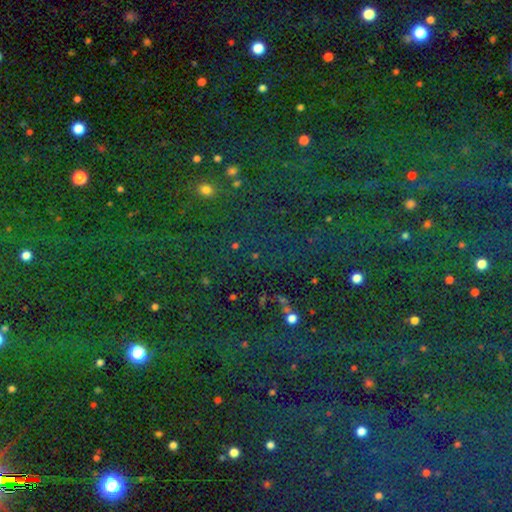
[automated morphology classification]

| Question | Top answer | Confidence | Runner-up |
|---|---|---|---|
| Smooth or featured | star or artifact | 69% | smooth (22%) |